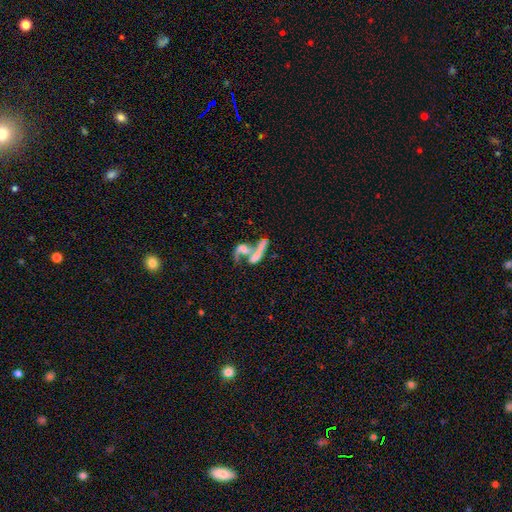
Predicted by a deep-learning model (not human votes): Smooth or featured?
  - featured or disk: 53% *
  - smooth: 36%
  - star or artifact: 11%
Edge-on disk?
  - no: 80% *
  - yes: 20%
Merging?
  - merger: 63% *
  - none: 16%
  - major disturbance: 14%
  - minor disturbance: 7%